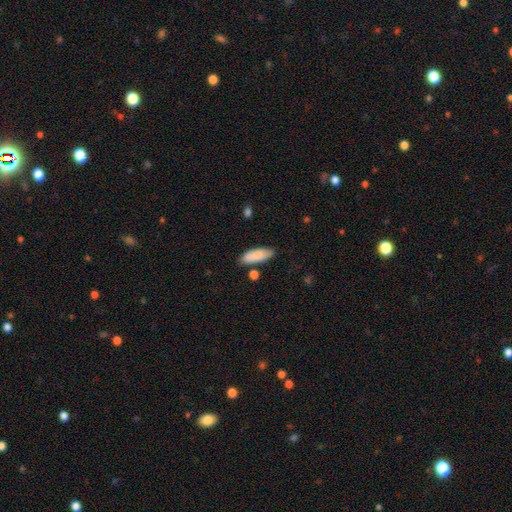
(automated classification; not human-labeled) This appears to be a smooth galaxy with no disk features (87%) that is in between round and cigar-shaped (72%). Merging: none (77%).